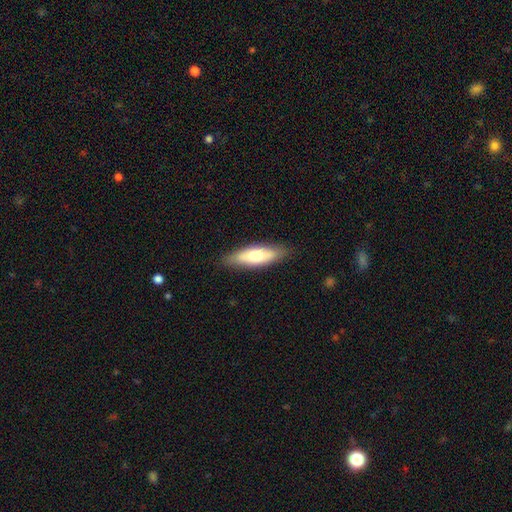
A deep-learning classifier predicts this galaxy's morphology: This is likely a smooth galaxy (62%). How rounded: possibly in between (50%). Merging: clearly none (85%).